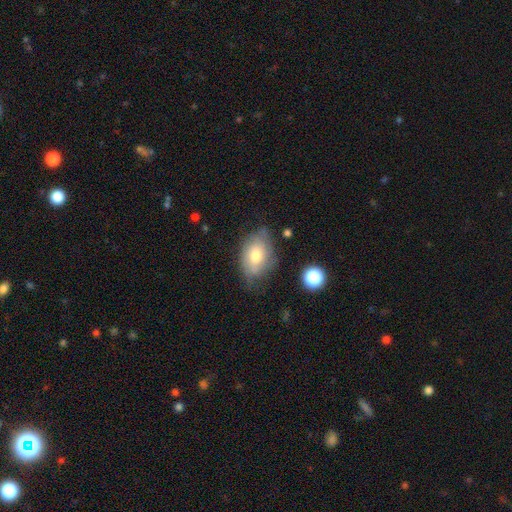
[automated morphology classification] A smooth galaxy with no disk features (57%) that is in between round and cigar-shaped (83%). Merging: none (55%).